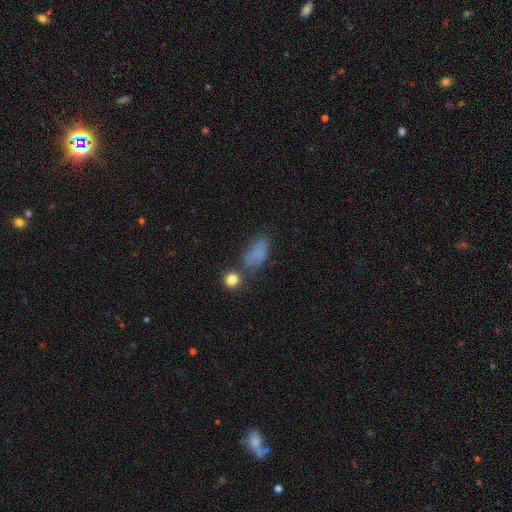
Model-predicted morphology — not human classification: A smooth galaxy with no disk features (70%) that is in between round and cigar-shaped (79%). Merging: none (46%).